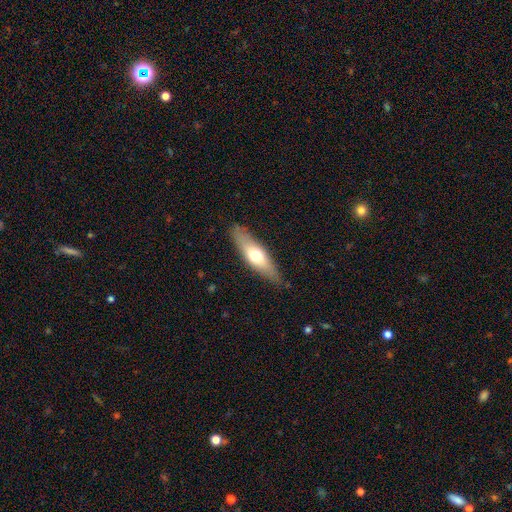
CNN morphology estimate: This appears to be a smooth galaxy with no disk features (56%) that is cigar-shaped (61%). Merging: none (85%).